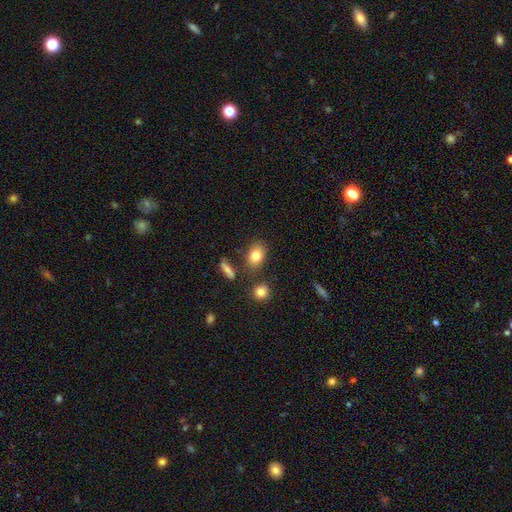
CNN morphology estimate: A smooth galaxy with no disk features (82%) that is in between round and cigar-shaped (78%). Merging: none (76%).